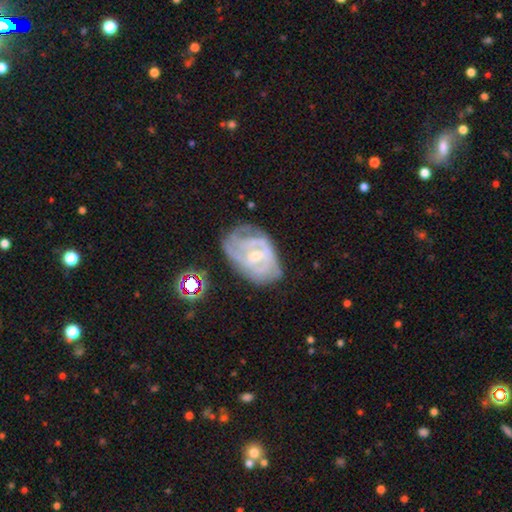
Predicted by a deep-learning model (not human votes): Smooth or featured: featured or disk — 80% (smooth — 12%)
Edge-on disk: no — 97% (yes — 3%)
Bar: no — 45% (weak — 44%)
Spiral arms: yes — 88% (no — 12%)
Spiral winding: tight — 55% (medium — 35%)
Spiral arm count: can't tell — 42% (2 — 20%)
Bulge size: small — 56% (moderate — 39%)
Merging: none — 53% (minor disturbance — 28%)